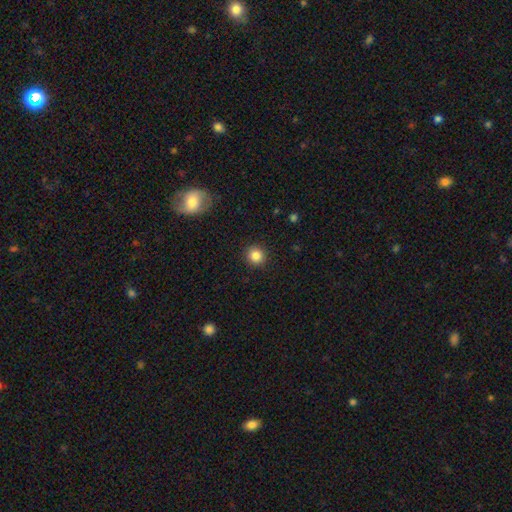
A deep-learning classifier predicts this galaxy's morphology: smooth_or_featured: smooth (p=0.86) [alt: star or artifact p=0.10]
how_rounded: round (p=0.92) [alt: in between p=0.07]
merging: none (p=0.91) [alt: minor disturbance p=0.06]